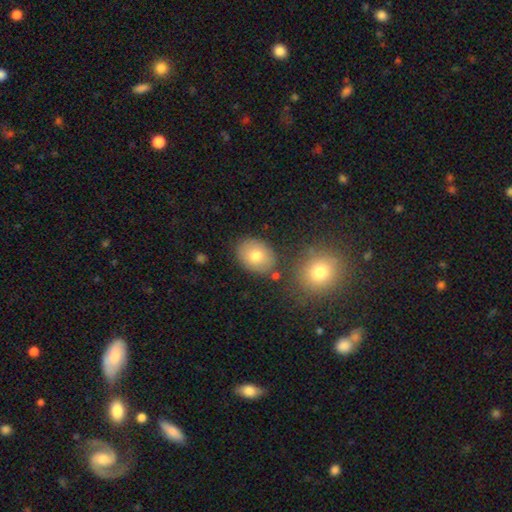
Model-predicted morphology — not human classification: smooth 79%, featured or disk 13%, star or artifact 8%. Down the decision tree: how rounded — in between (64%); merging — none (78%).